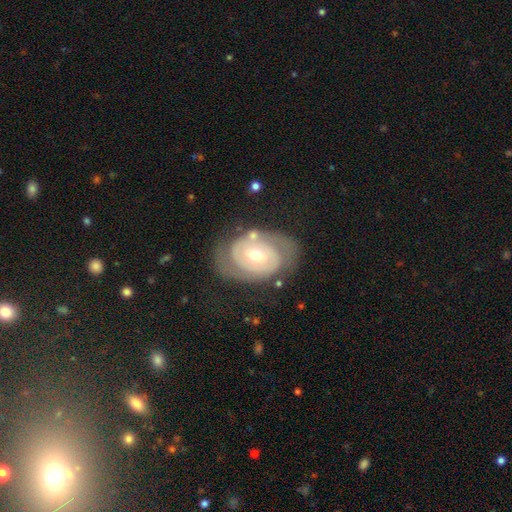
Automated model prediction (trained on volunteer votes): The model was most divided on "bulge size": moderate: 63%, small: 33%, large: 3%, dominant: 1%, none: 1%. More confident: edge-on disk — no (97%); spiral arms — yes (89%); smooth or featured — featured or disk (83%); spiral arm count — 2 (79%); merging — none (69%); bar — no (68%); spiral winding — tight (64%).